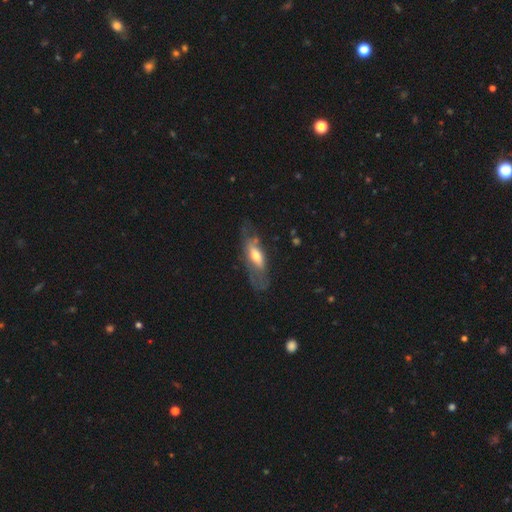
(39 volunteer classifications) This is possibly a featured or disk galaxy (56%). It is possibly not viewed edge-on (55%). Bar: marginally weak (42%, tied with no). Spiral arm pattern: clearly no (92%). Central bulge: possibly moderate (58%). Merging: marginally none (45%).